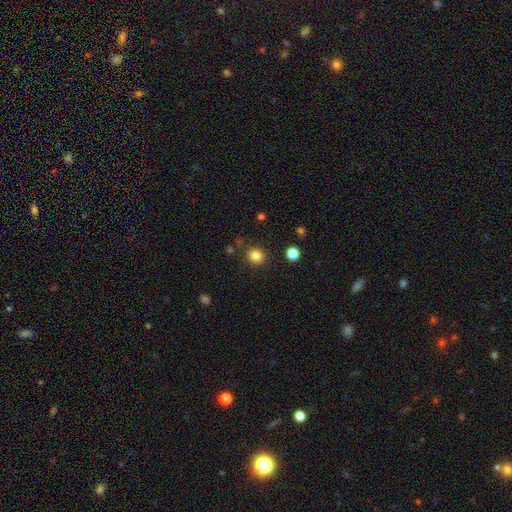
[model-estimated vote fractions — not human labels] smooth-or-featured: smooth: 83% | star or artifact: 12% | featured or disk: 5%
  how-rounded: round: 90% | in between: 9% | cigar-shaped: 1%
  merging: none: 87% | minor disturbance: 8% | major disturbance: 3% | merger: 3%